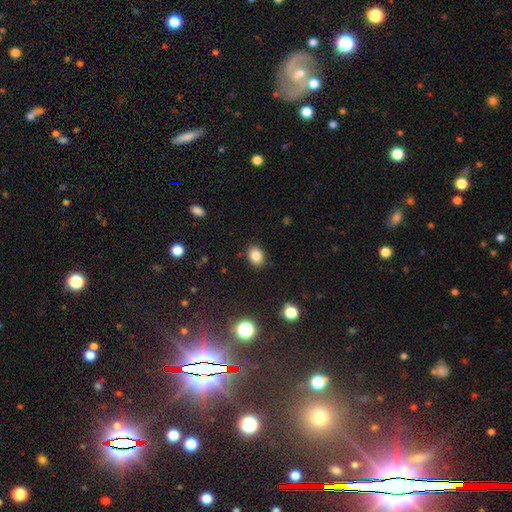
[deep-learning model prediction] Smooth or featured: smooth — 84% (star or artifact — 11%)
How rounded: in between — 65% (round — 34%)
Merging: none — 87% (minor disturbance — 9%)